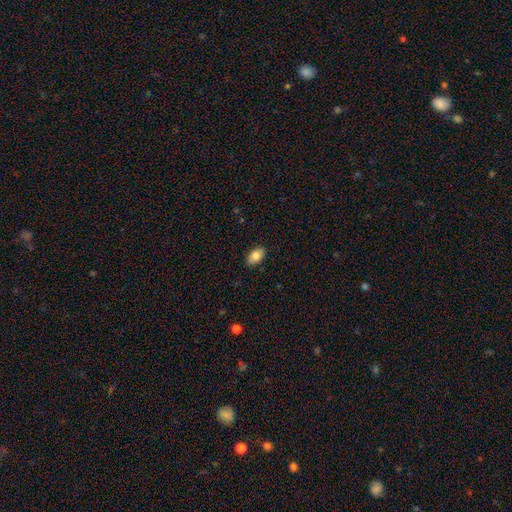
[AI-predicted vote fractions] Overall: smooth (83%). How rounded: in between (92%). Merging: none (88%).